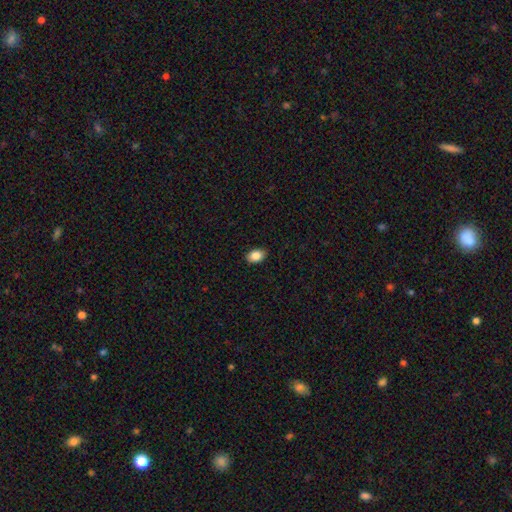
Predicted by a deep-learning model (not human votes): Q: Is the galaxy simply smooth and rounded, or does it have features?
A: smooth — 87%.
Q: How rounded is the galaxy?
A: in between — 84%.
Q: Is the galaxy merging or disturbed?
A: none — 88%.